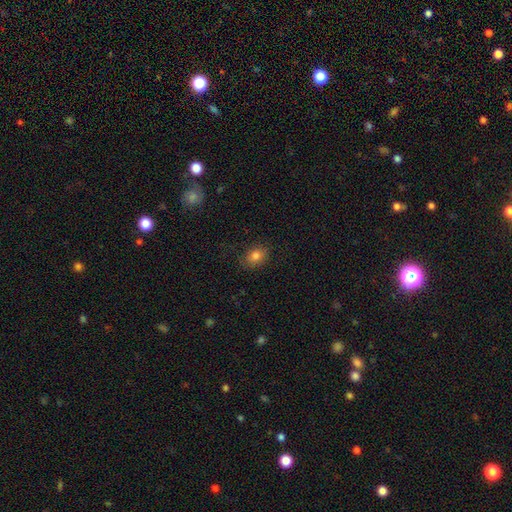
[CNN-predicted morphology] Q: Smooth or featured?
A: smooth (81%); runner-up: star or artifact (10%)
Q: How rounded?
A: in between (65%); runner-up: round (34%)
Q: Merging?
A: none (80%); runner-up: minor disturbance (15%)